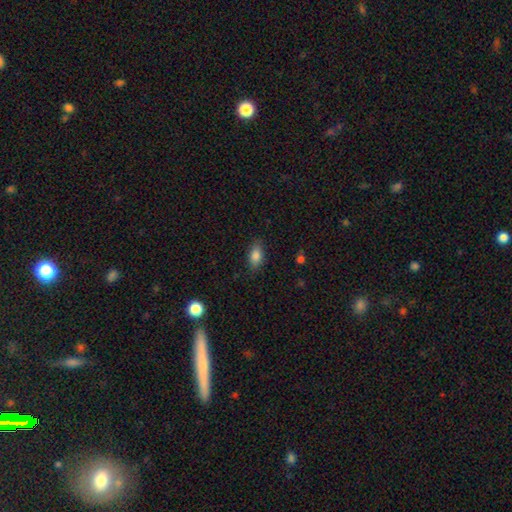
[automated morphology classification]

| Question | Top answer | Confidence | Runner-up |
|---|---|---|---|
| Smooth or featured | smooth | 84% | star or artifact (9%) |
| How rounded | in between | 88% | round (6%) |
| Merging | none | 83% | minor disturbance (13%) |